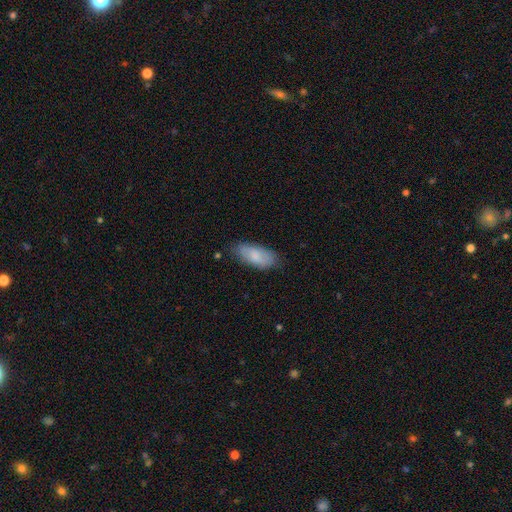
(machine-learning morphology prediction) This appears to be a smooth galaxy with no disk features (81%) that is in between round and cigar-shaped (85%). Merging: none (72%).